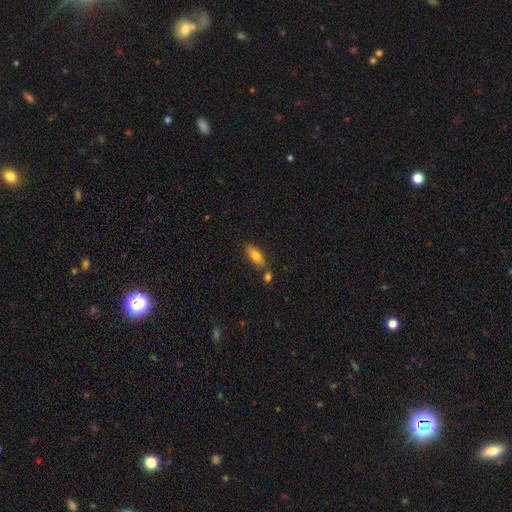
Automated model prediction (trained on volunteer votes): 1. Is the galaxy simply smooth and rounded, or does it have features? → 75% smooth, 17% featured or disk, 8% star or artifact.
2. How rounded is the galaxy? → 76% in between, 21% cigar-shaped, 3% round.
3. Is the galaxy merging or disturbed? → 69% none, 14% merger, 14% minor disturbance, 3% major disturbance.